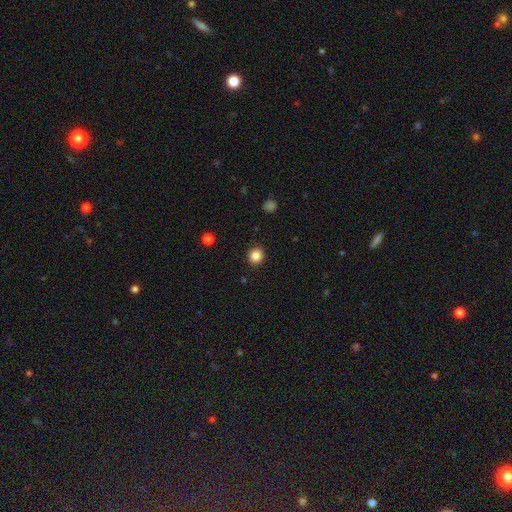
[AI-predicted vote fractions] A smooth galaxy with no disk features (85%) that is round (84%). Merging: none (91%).